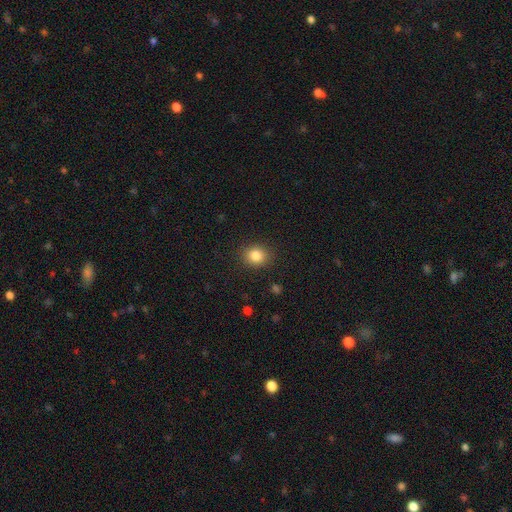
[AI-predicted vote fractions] Smooth or featured?
  - smooth: 84% *
  - star or artifact: 11%
  - featured or disk: 5%
How rounded?
  - round: 78% *
  - in between: 21%
  - cigar-shaped: 1%
Merging?
  - none: 89% *
  - minor disturbance: 7%
  - major disturbance: 2%
  - merger: 1%